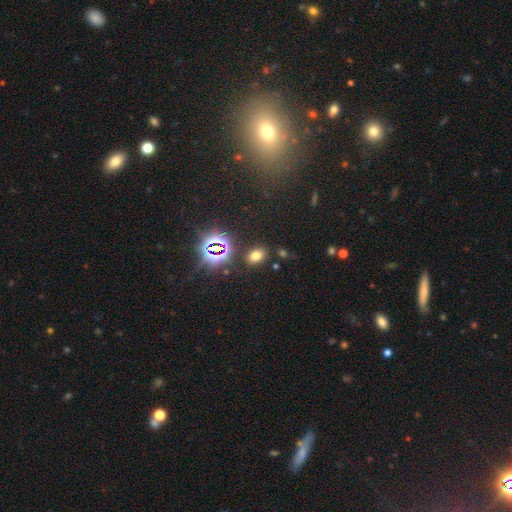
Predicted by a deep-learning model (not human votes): The model was most divided on "smooth or featured": smooth: 64%, star or artifact: 28%, featured or disk: 8%. More confident: merging — none (85%); how rounded — in between (73%).